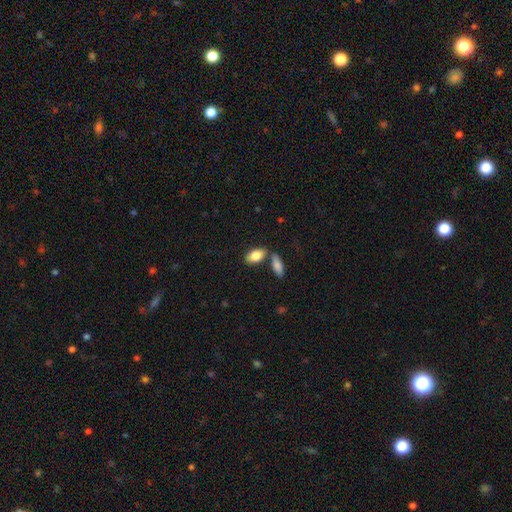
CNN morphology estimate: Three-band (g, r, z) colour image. It shows a smooth galaxy with no disk features (84%) that is in between round and cigar-shaped (91%). Merging: none (63%).